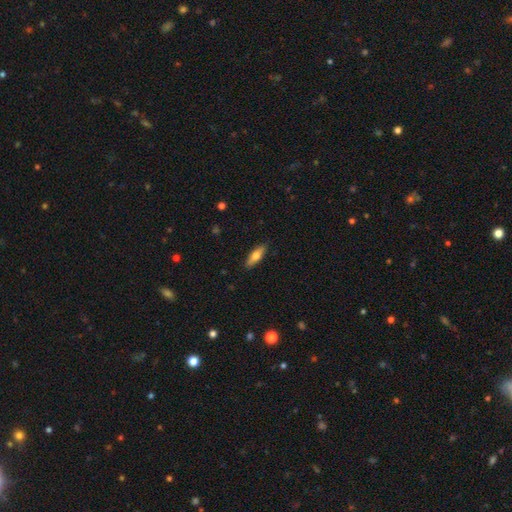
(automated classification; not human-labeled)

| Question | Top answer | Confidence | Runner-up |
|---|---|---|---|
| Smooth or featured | smooth | 62% | featured or disk (32%) |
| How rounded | cigar-shaped | 50% | in between (48%) |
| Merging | none | 89% | minor disturbance (9%) |